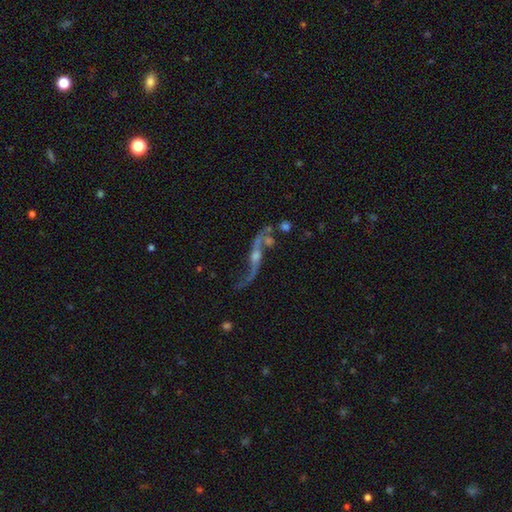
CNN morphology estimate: Smooth or featured? featured or disk (86%)
Edge-on disk? no (79%)
Bar? no (54%)
Spiral arms? yes (92%)
Spiral winding? loose (92%)
Spiral arm count? 2 (91%)
Bulge size? moderate (42%)
Merging? none (52%)